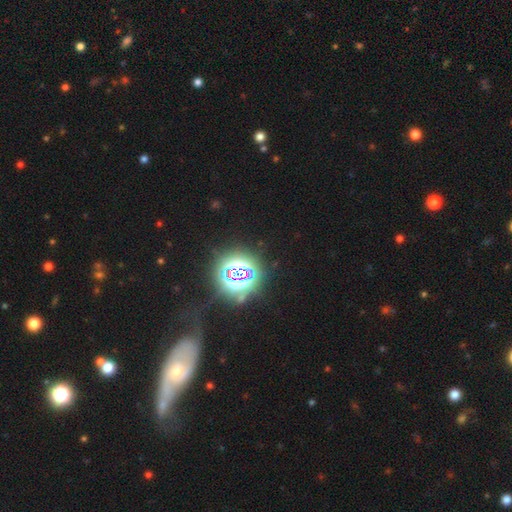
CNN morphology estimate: A star or artifact, not a galaxy (52%).

Vote fractions:
- Smooth or featured? star or artifact: 52% / smooth: 27% / featured or disk: 21%